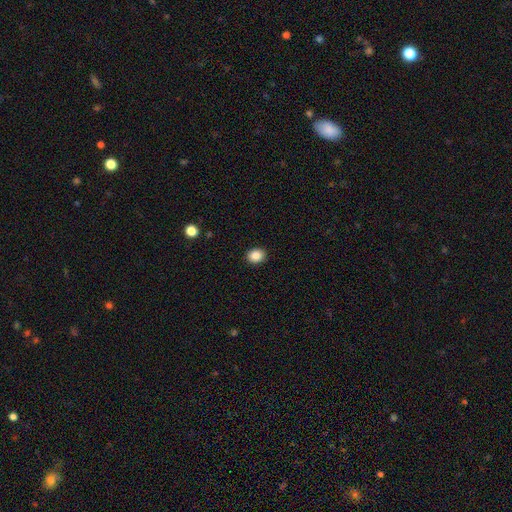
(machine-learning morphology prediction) A smooth galaxy with no disk features (87%) that is round (64%).

Vote fractions:
- Smooth or featured? smooth: 87% / star or artifact: 9% / featured or disk: 4%
- How rounded? round: 64% / in between: 35% / cigar-shaped: 1%
- Merging? none: 92% / minor disturbance: 6% / major disturbance: 2% / merger: 1%